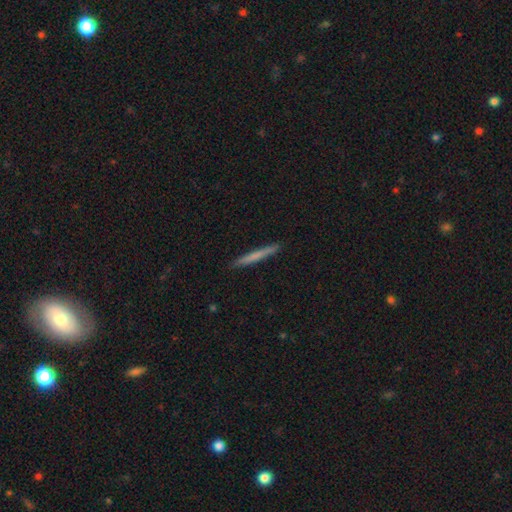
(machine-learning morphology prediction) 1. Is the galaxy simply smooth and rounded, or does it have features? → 63% smooth, 32% featured or disk, 5% star or artifact.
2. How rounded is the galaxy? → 97% cigar-shaped, 2% in between, 1% round.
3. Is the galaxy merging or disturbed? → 91% none, 6% minor disturbance, 1% major disturbance, 1% merger.